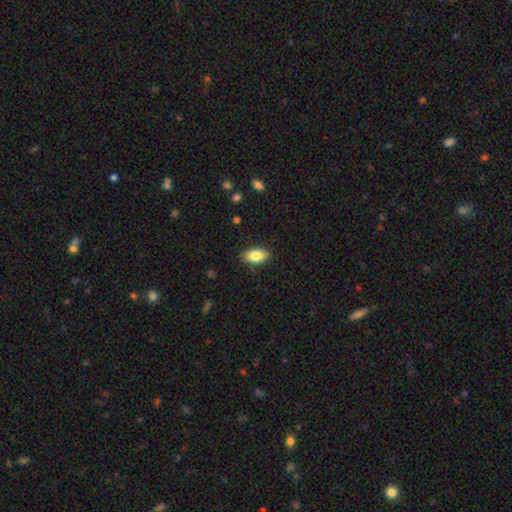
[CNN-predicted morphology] A smooth galaxy with no disk features (84%) that is in between round and cigar-shaped (91%).

Vote fractions:
- Smooth or featured? smooth: 84% / featured or disk: 9% / star or artifact: 7%
- How rounded? in between: 91% / cigar-shaped: 5% / round: 4%
- Merging? none: 86% / minor disturbance: 10% / major disturbance: 2% / merger: 1%